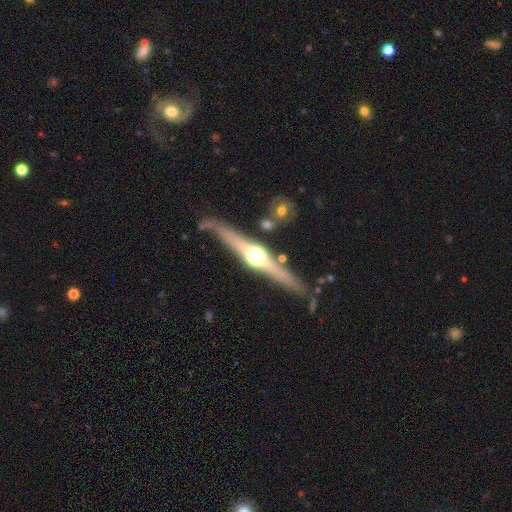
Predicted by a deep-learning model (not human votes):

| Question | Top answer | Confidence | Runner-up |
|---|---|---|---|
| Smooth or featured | featured or disk | 82% | smooth (13%) |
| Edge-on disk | yes | 97% | no (3%) |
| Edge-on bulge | rounded | 96% | boxy (3%) |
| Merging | none | 83% | minor disturbance (10%) |